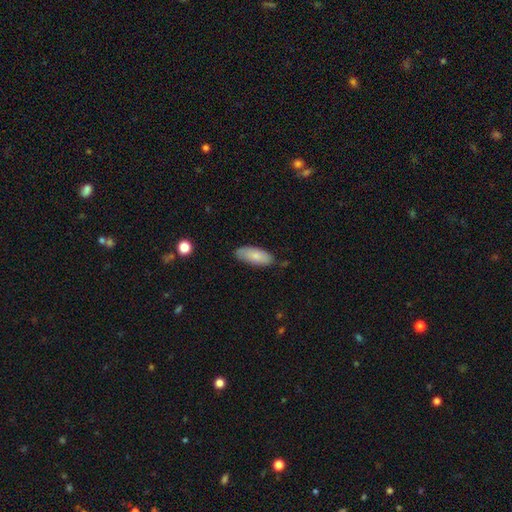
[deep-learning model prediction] This is clearly a smooth galaxy (81%). How rounded: clearly in between (81%). Merging: likely none (77%).